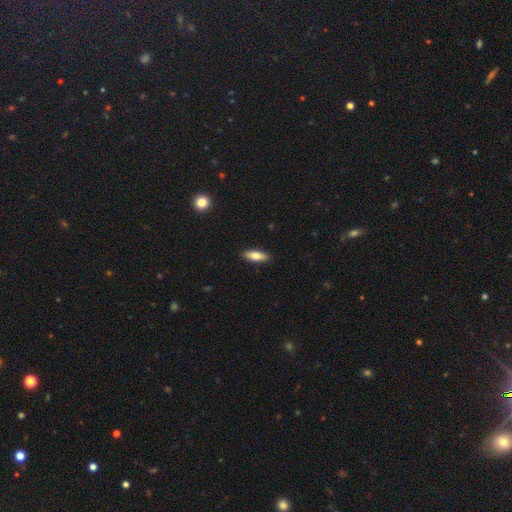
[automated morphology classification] type=smooth (79%); roundness=in between (63%); merging=none (90%).